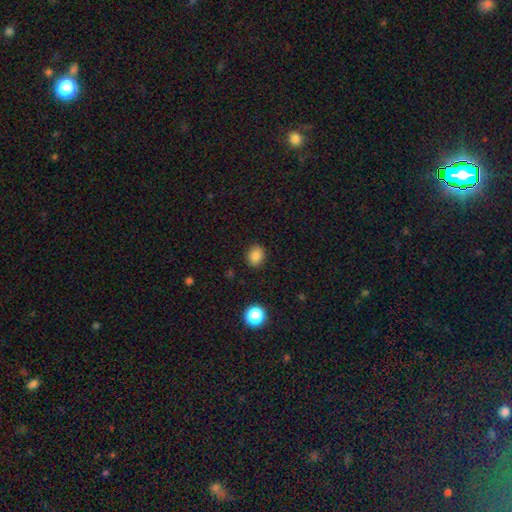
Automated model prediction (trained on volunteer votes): Q: Smooth or featured?
A: smooth (84%); runner-up: star or artifact (11%)
Q: How rounded?
A: round (55%); runner-up: in between (44%)
Q: Merging?
A: none (89%); runner-up: minor disturbance (8%)